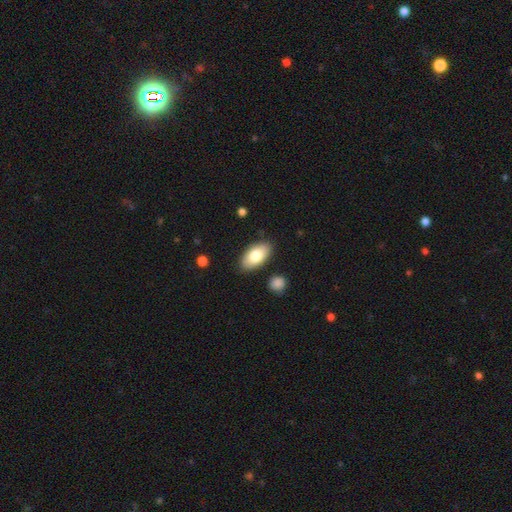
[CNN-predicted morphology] A smooth galaxy with no disk features (79%) that is in between round and cigar-shaped (94%).

Vote fractions:
- Smooth or featured? smooth: 79% / featured or disk: 15% / star or artifact: 6%
- How rounded? in between: 94% / cigar-shaped: 3% / round: 3%
- Merging? none: 87% / minor disturbance: 9% / major disturbance: 2% / merger: 2%